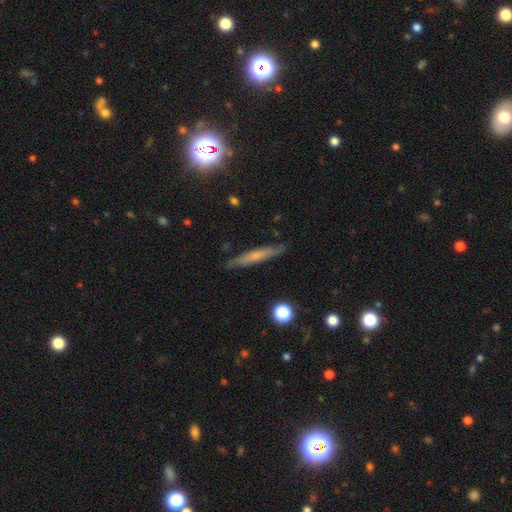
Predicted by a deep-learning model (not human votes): Smooth or featured?
  - smooth: 49% *
  - featured or disk: 43%
  - star or artifact: 8%
Merging?
  - none: 87% *
  - minor disturbance: 9%
  - major disturbance: 2%
  - merger: 1%